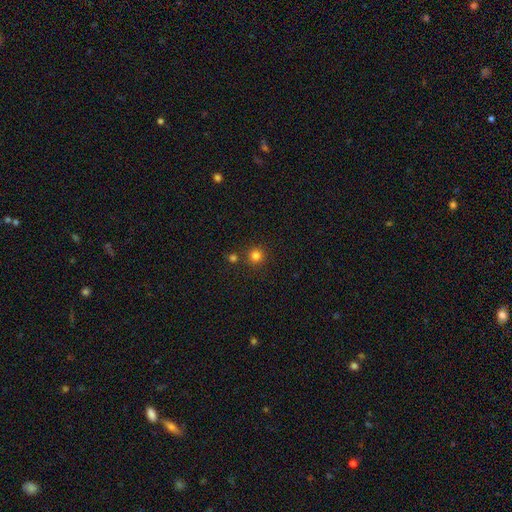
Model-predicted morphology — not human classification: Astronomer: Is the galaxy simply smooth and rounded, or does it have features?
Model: smooth — 81%.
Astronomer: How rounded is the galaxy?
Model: round — 94%.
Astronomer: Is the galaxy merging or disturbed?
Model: none — 81%.